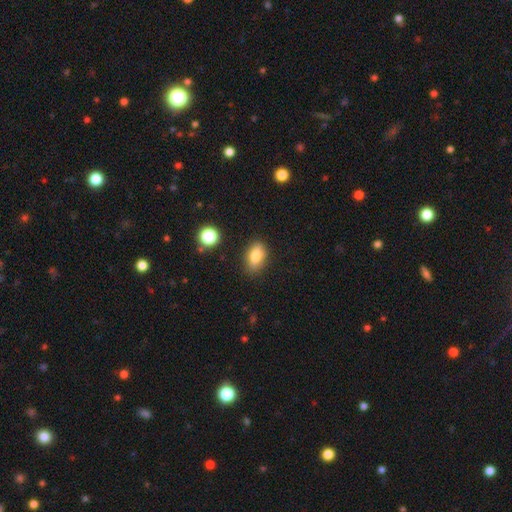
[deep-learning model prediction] Morphology: type=smooth (81%); roundness=in between (85%); merging=none (83%).